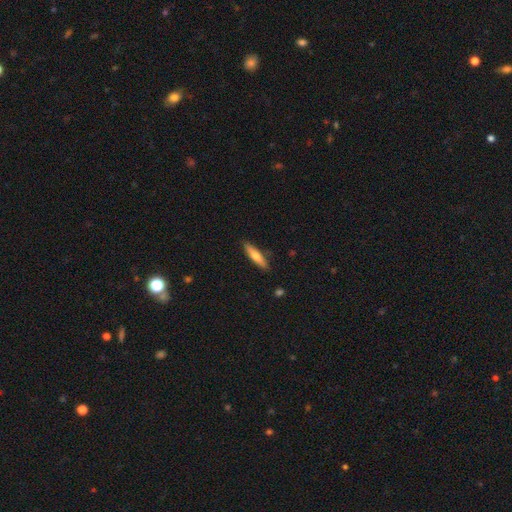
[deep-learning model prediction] Q: Smooth or featured?
A: smooth (67%); runner-up: featured or disk (27%)
Q: How rounded?
A: cigar-shaped (78%); runner-up: in between (20%)
Q: Merging?
A: none (86%); runner-up: minor disturbance (10%)